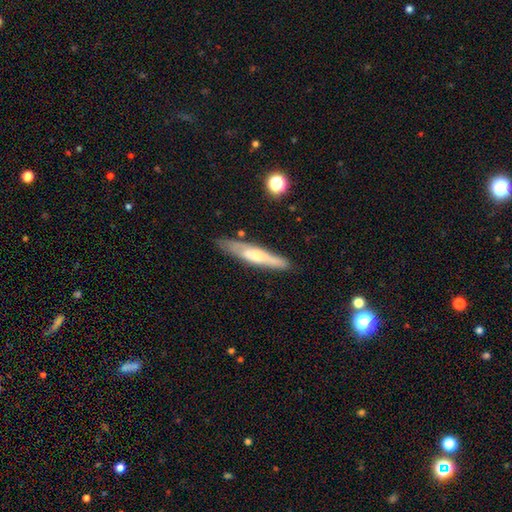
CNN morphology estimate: featured or disk 53%, smooth 39%, star or artifact 7%. Down the decision tree: edge-on disk — yes (84%); merging — none (80%).